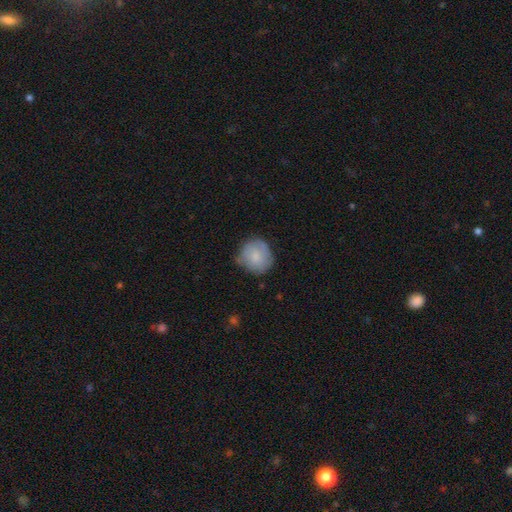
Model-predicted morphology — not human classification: Smooth or featured: smooth — 75% (featured or disk — 18%)
How rounded: round — 87% (in between — 12%)
Merging: none — 63% (minor disturbance — 28%)